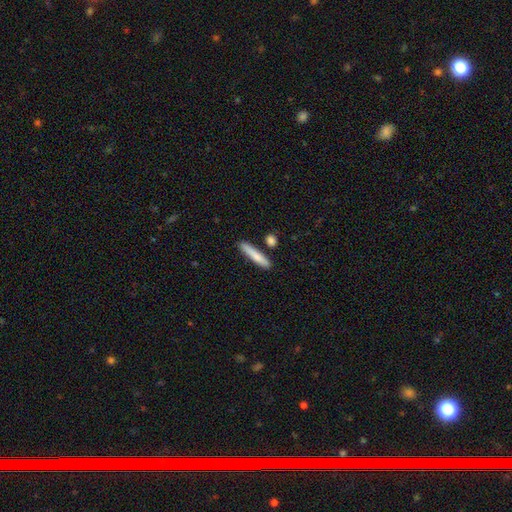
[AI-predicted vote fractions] This is likely a smooth galaxy (78%). How rounded: clearly cigar-shaped (89%). Merging: clearly none (82%).